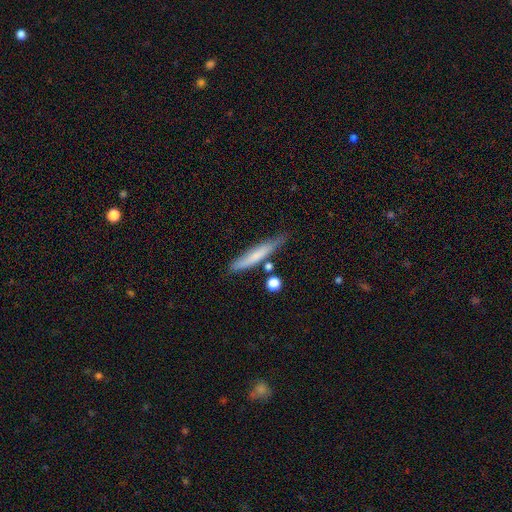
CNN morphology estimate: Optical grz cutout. It shows a smooth galaxy with no disk features (66%) that is cigar-shaped (91%). Merging: none (72%).